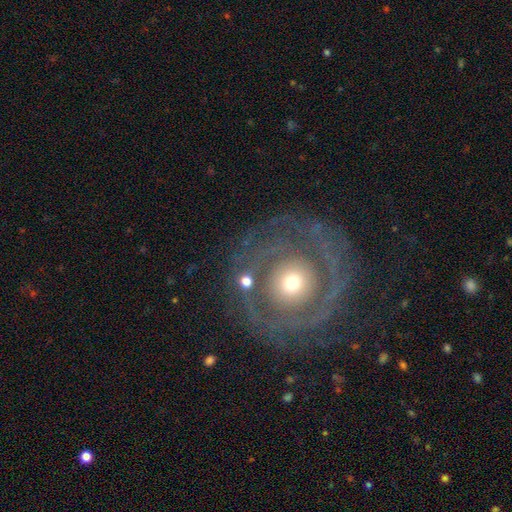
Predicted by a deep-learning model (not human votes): Smooth or featured? featured or disk (77%)
Edge-on disk? no (97%)
Bar? no (83%)
Spiral arms? yes (71%)
Spiral winding? tight (73%)
Spiral arm count? 2 (40%)
Bulge size? moderate (58%)
Merging? none (77%)